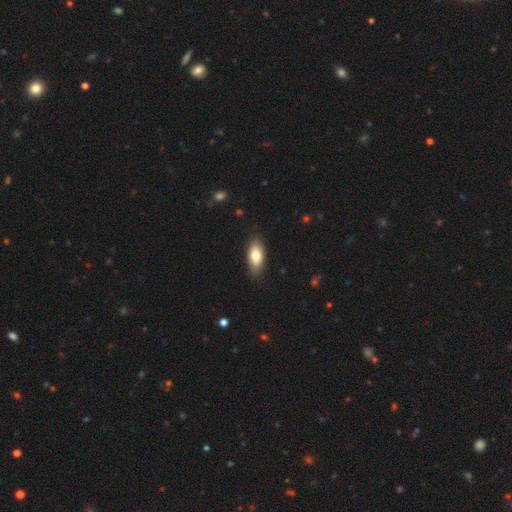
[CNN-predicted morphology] The model was most divided on "smooth or featured": smooth: 77%, featured or disk: 16%, star or artifact: 7%. More confident: how rounded — in between (87%); merging — none (84%).